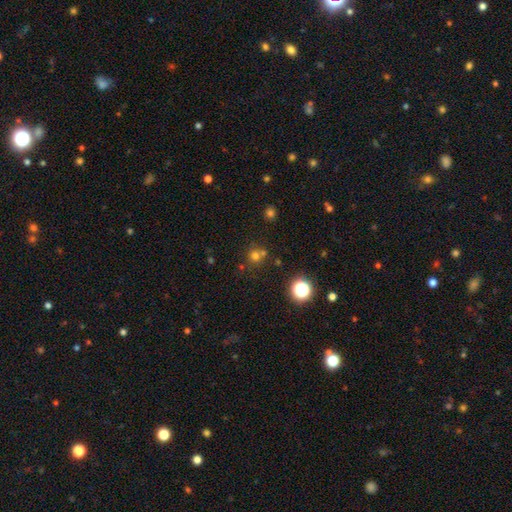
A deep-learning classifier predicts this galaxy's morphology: Overall: smooth (65%). How rounded: round (90%). Merging: none (62%; merger 27%).